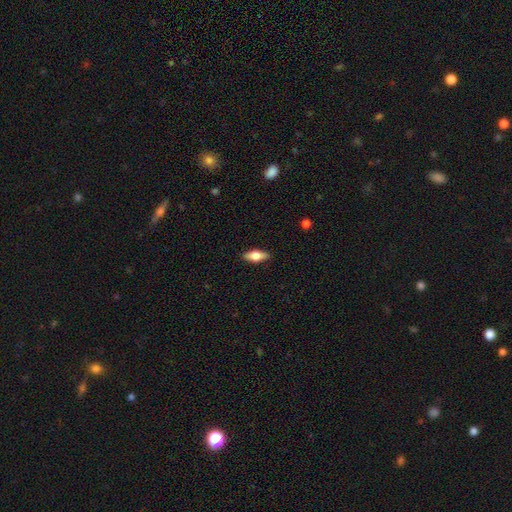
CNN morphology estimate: Smooth or featured? Predicted: smooth (p=0.64). How rounded? Predicted: in between (p=0.75). Merging? Predicted: none (p=0.88).